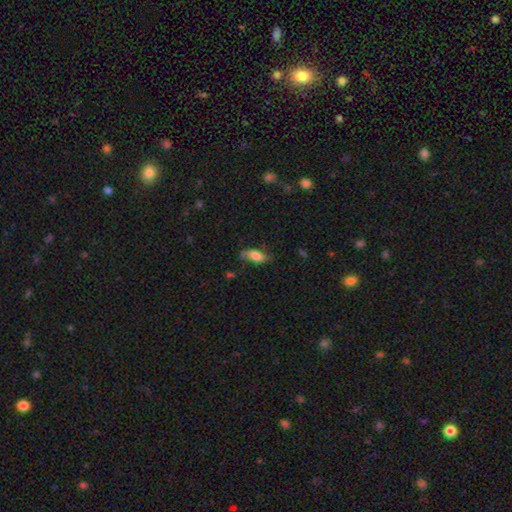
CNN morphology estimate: smooth 64%, featured or disk 28%, star or artifact 8%. Down the decision tree: how rounded — in between (79%); merging — none (60%).